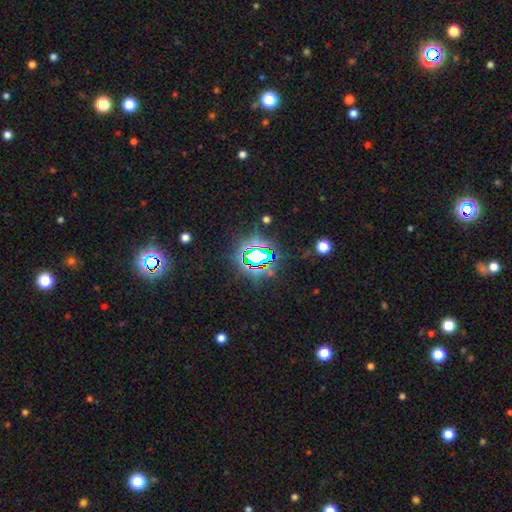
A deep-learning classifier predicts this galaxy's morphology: This appears to be a star or artifact, not a galaxy (76%).